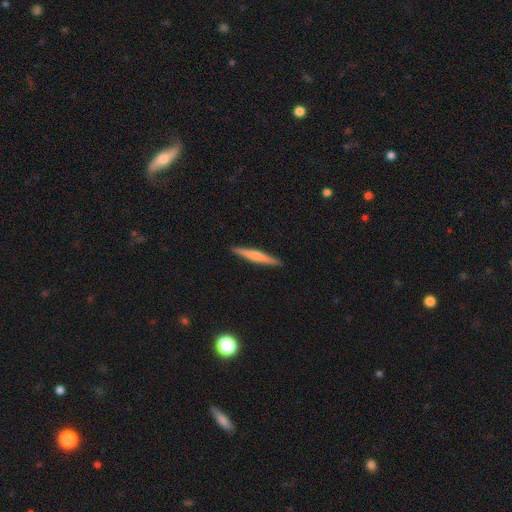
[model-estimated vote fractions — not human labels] Smooth or featured: smooth — 50% (featured or disk — 45%)
Merging: none — 92% (minor disturbance — 6%)